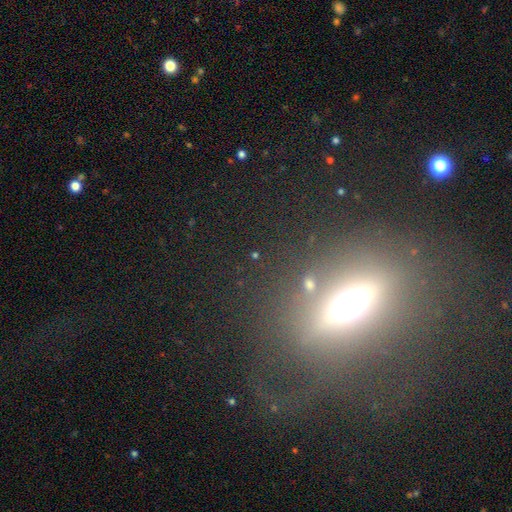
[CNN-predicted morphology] Q: Smooth or featured?
A: star or artifact (57%); runner-up: smooth (29%)